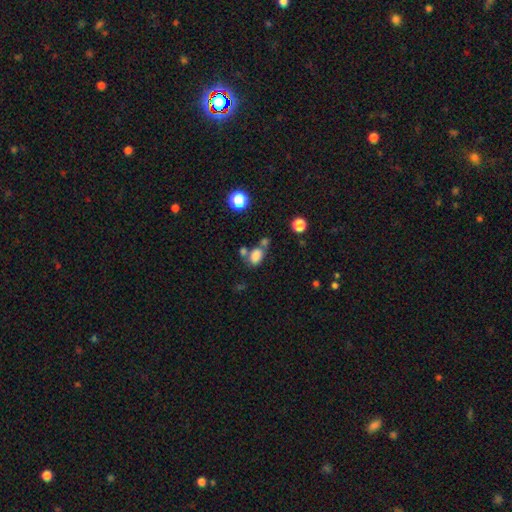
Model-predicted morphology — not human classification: The model was most divided on "merging": none: 47%, merger: 30%, minor disturbance: 15%, major disturbance: 7%. More confident: smooth or featured — smooth (81%); how rounded — in between (81%).